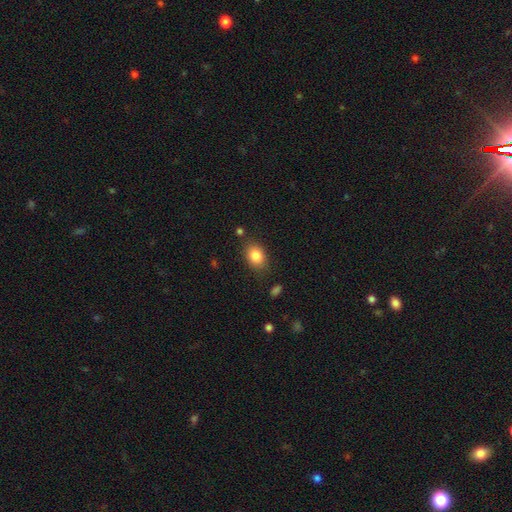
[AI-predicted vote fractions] smooth 85%, star or artifact 9%, featured or disk 7%. Down the decision tree: how rounded — in between (70%); merging — none (79%).